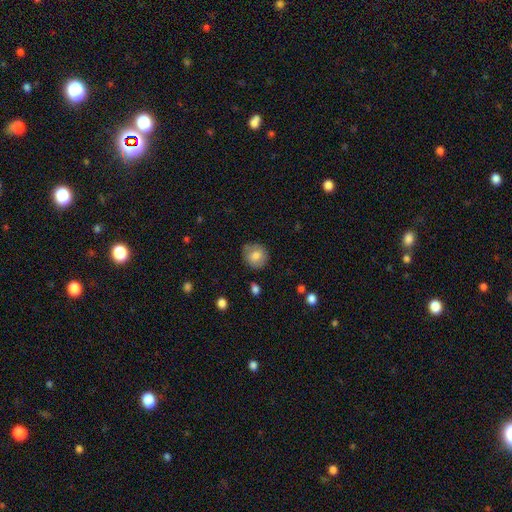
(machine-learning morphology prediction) Smooth or featured: smooth — 78% (featured or disk — 13%)
How rounded: round — 82% (in between — 17%)
Merging: none — 78% (minor disturbance — 17%)